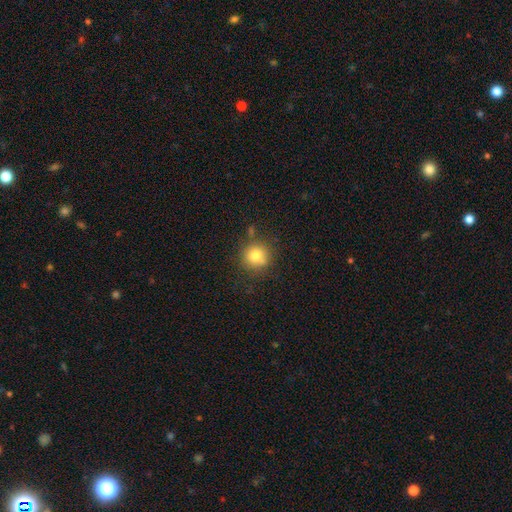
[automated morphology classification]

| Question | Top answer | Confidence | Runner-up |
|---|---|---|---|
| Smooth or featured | smooth | 79% | star or artifact (12%) |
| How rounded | round | 92% | in between (7%) |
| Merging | none | 76% | minor disturbance (13%) |